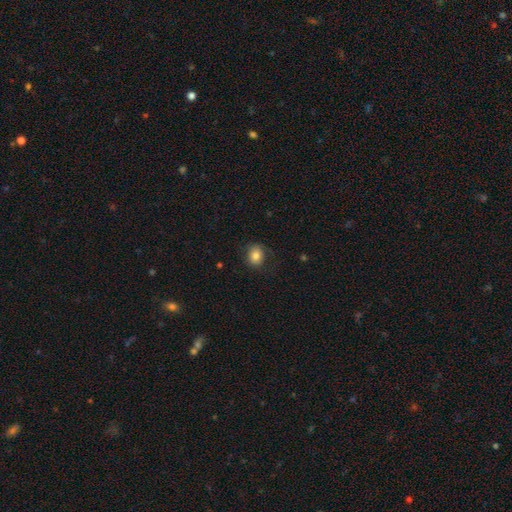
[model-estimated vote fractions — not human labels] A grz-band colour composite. It shows a smooth galaxy with no disk features (81%) that is round (58%). Merging: none (77%).